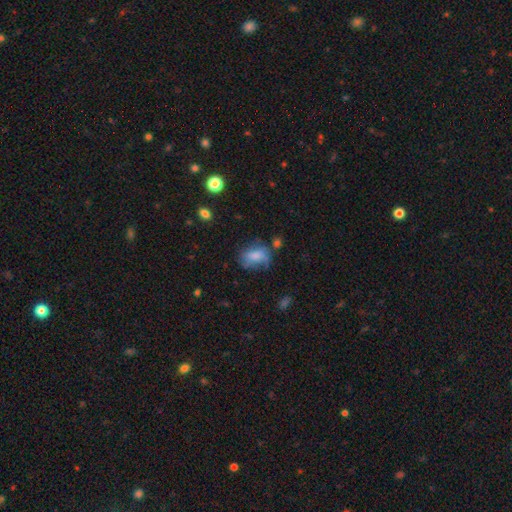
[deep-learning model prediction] A smooth galaxy with no disk features (72%) that is in between round and cigar-shaped (77%).

Vote fractions:
- Smooth or featured? smooth: 72% / featured or disk: 19% / star or artifact: 10%
- How rounded? in between: 77% / round: 21% / cigar-shaped: 2%
- Merging? none: 47% / minor disturbance: 29% / major disturbance: 18% / merger: 6%